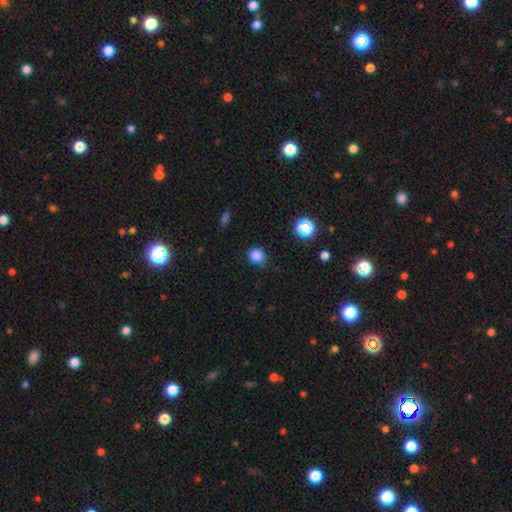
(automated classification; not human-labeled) smooth_or_featured: smooth (p=0.82) [alt: star or artifact p=0.14]
how_rounded: round (p=0.87) [alt: in between p=0.12]
merging: none (p=0.81) [alt: minor disturbance p=0.14]